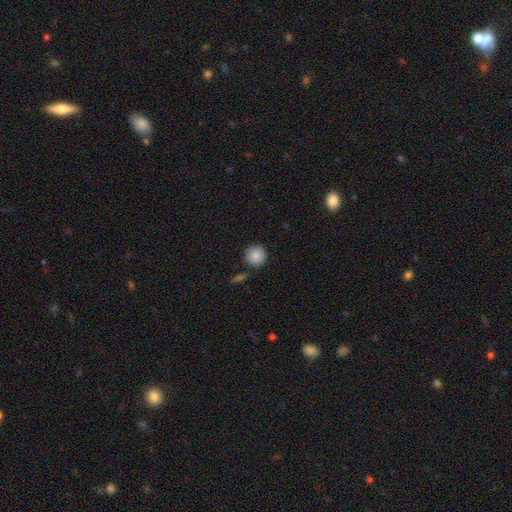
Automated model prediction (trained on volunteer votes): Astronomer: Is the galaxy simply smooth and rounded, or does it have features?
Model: smooth — 88%.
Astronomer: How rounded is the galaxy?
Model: round — 93%.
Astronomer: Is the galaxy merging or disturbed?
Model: none — 83%.